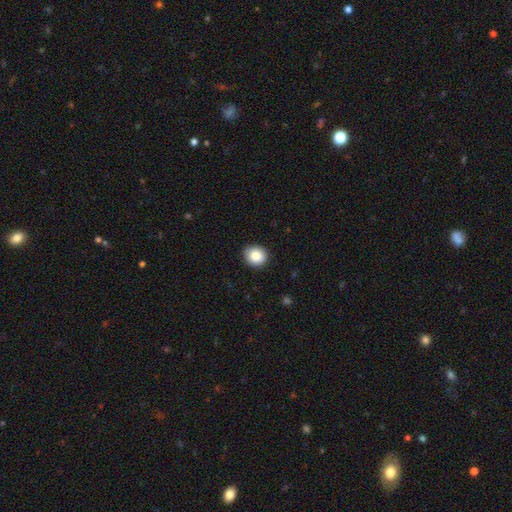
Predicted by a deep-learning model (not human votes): The model was most divided on "how rounded": round: 79%, in between: 20%, cigar-shaped: 1%. More confident: merging — none (90%); smooth or featured — smooth (85%).